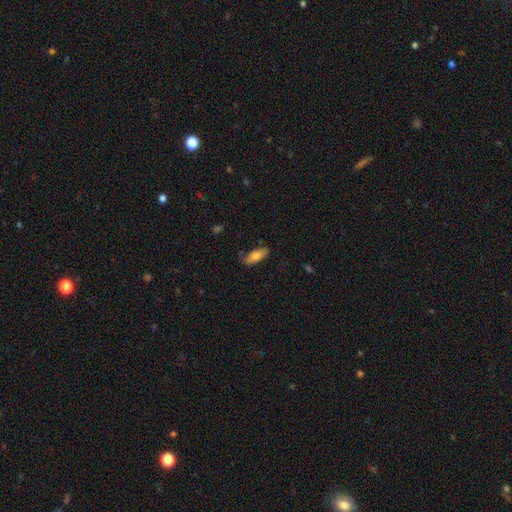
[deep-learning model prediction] Smooth or featured? Predicted: smooth (p=0.75). How rounded? Predicted: in between (p=0.74). Merging? Predicted: none (p=0.69).